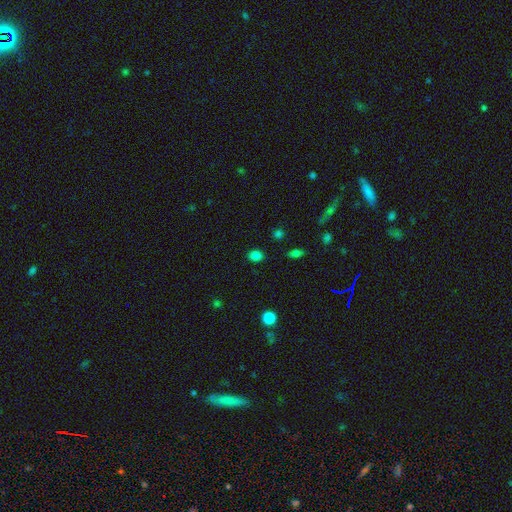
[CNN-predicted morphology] This appears to be a smooth galaxy with no disk features (83%) that is in between round and cigar-shaped (52%). Merging: none (87%).